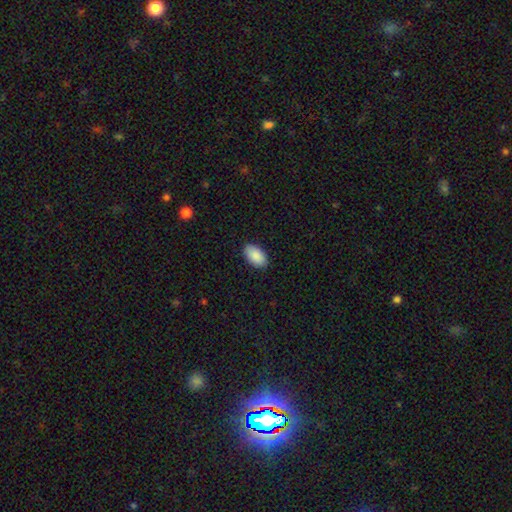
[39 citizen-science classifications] A smooth galaxy with no disk features (92%) that is in between round and cigar-shaped (94%). Merging: none (95%).